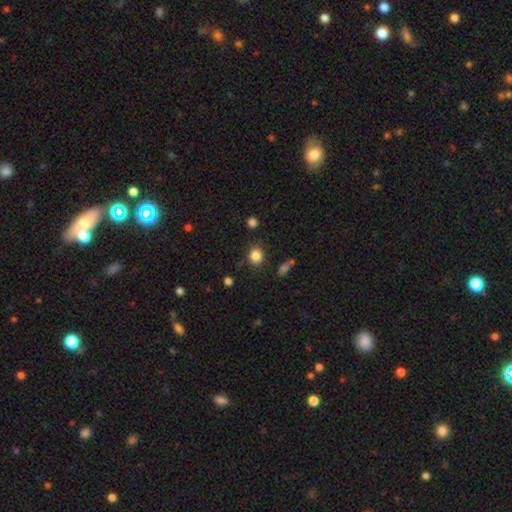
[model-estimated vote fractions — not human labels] Q: Smooth or featured?
A: smooth (84%); runner-up: star or artifact (11%)
Q: How rounded?
A: round (75%); runner-up: in between (24%)
Q: Merging?
A: none (84%); runner-up: minor disturbance (11%)